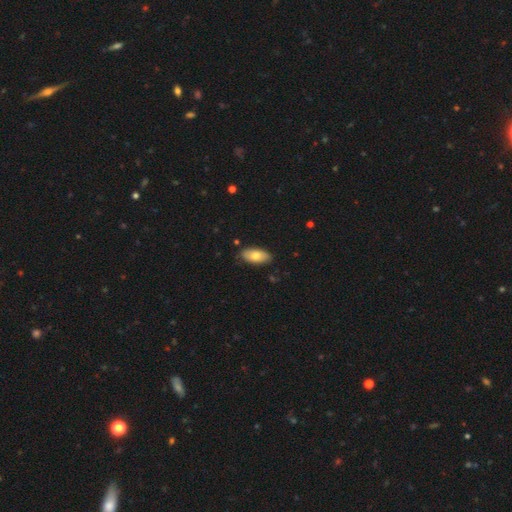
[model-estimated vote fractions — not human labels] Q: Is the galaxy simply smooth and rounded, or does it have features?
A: smooth — 75%.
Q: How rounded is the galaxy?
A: in between — 91%.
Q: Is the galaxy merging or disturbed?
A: none — 86%.